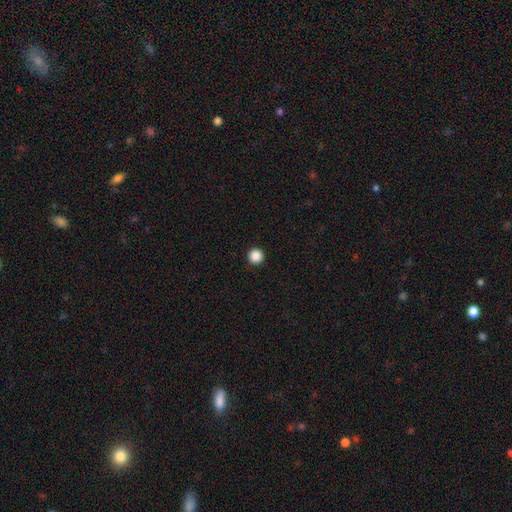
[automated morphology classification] smooth-or-featured: smooth: 87% | star or artifact: 10% | featured or disk: 2%
  how-rounded: round: 97% | in between: 2% | cigar-shaped: 1%
  merging: none: 94% | minor disturbance: 3% | major disturbance: 1% | merger: 1%